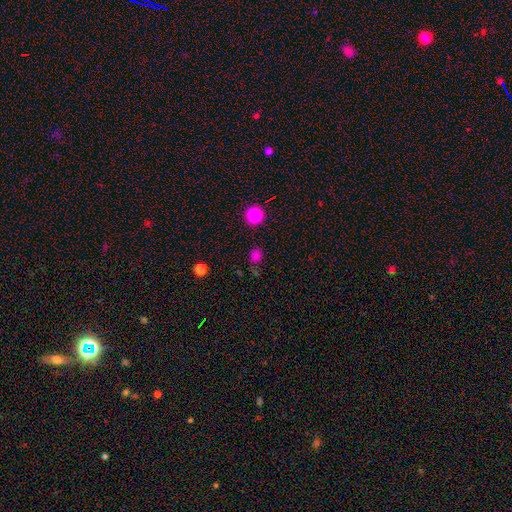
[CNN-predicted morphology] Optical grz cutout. It shows a smooth galaxy with no disk features (71%) that is round (73%). Merging: none (73%).